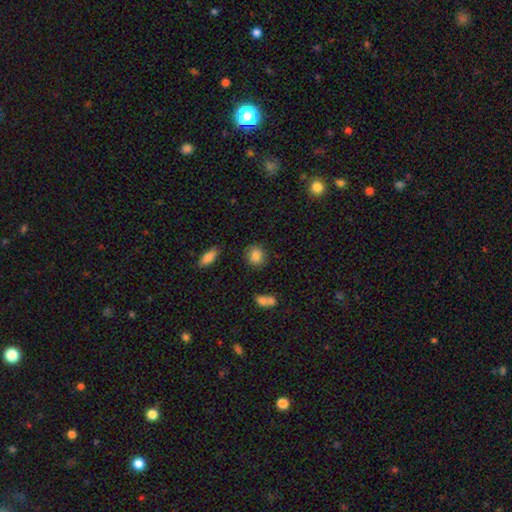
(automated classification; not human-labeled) Smooth or featured: smooth — 84% (star or artifact — 9%)
How rounded: round — 69% (in between — 30%)
Merging: none — 82% (minor disturbance — 12%)